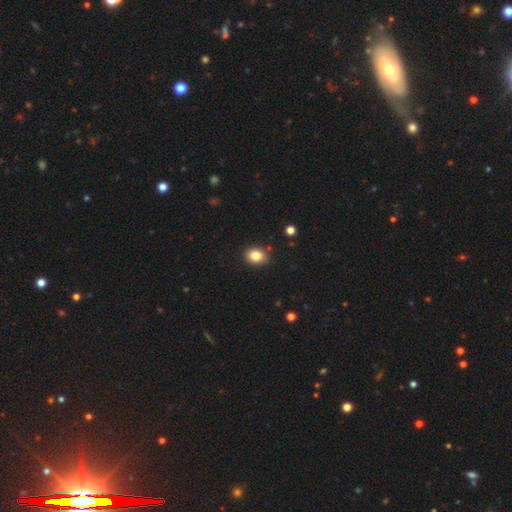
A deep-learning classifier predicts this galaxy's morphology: smooth-or-featured: smooth: 83% | star or artifact: 10% | featured or disk: 7%
  how-rounded: in between: 52% | round: 47% | cigar-shaped: 1%
  merging: none: 86% | minor disturbance: 10% | major disturbance: 2% | merger: 2%